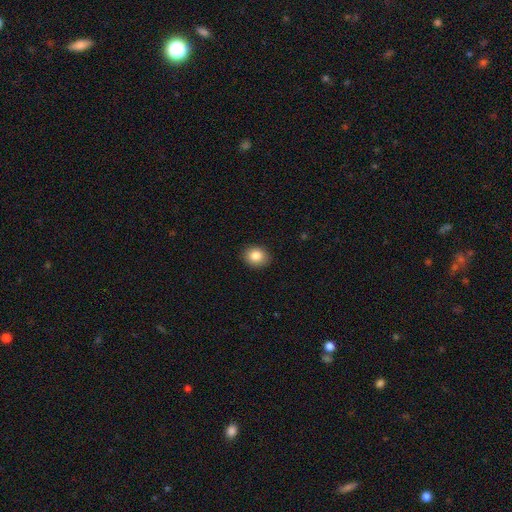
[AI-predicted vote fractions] smooth-or-featured: smooth: 85% | star or artifact: 9% | featured or disk: 6%
  how-rounded: round: 60% | in between: 39% | cigar-shaped: 1%
  merging: none: 90% | minor disturbance: 8% | major disturbance: 2% | merger: 1%